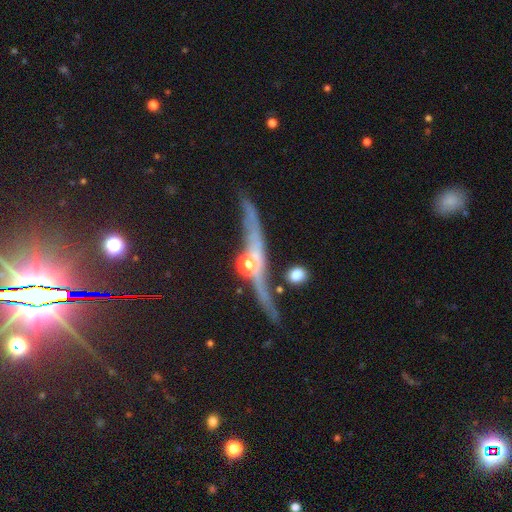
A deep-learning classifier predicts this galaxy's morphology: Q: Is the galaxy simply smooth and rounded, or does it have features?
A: featured or disk — 77%.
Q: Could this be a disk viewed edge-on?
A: yes — 84%.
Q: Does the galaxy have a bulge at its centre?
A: rounded — 87%.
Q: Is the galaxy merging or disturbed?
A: none — 57%.